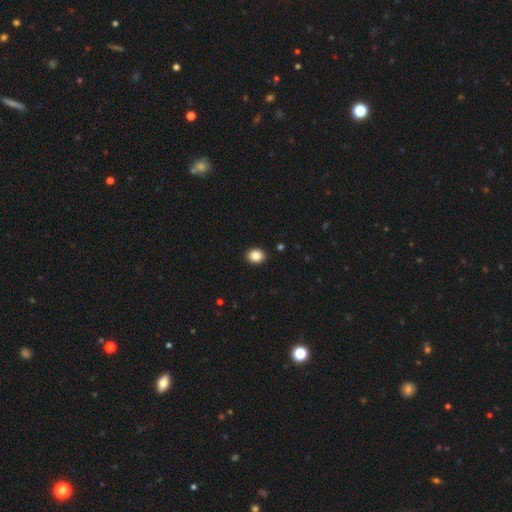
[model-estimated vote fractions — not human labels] Smooth or featured? Predicted: smooth (p=0.87). How rounded? Predicted: round (p=0.54). Merging? Predicted: none (p=0.91).